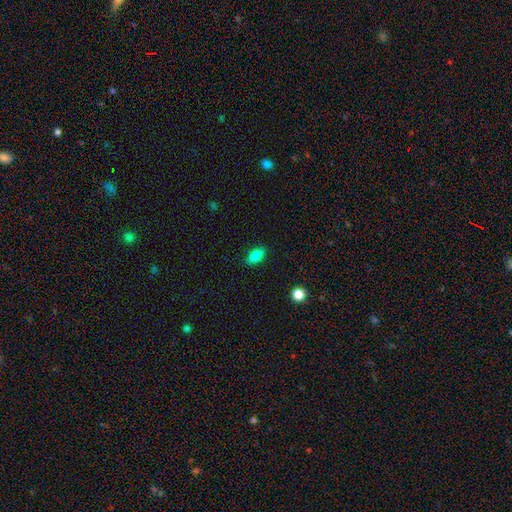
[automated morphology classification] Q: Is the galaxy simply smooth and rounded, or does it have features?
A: smooth — 84%.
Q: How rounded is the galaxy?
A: in between — 87%.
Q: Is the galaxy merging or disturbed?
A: none — 87%.